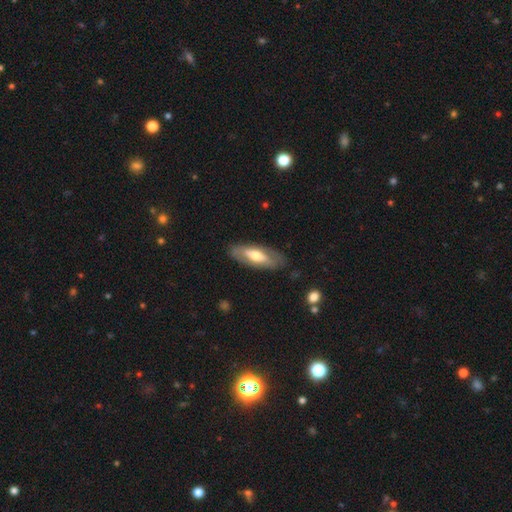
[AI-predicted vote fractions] Smooth or featured? featured or disk (49%)
Merging? none (80%)